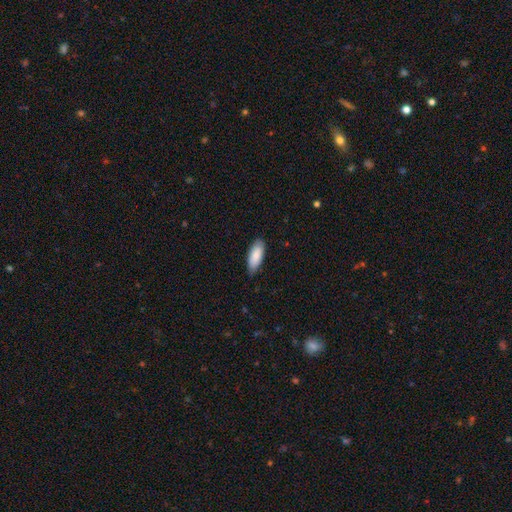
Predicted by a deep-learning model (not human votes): This is clearly a smooth galaxy (86%). How rounded: clearly in between (80%). Merging: clearly none (83%).